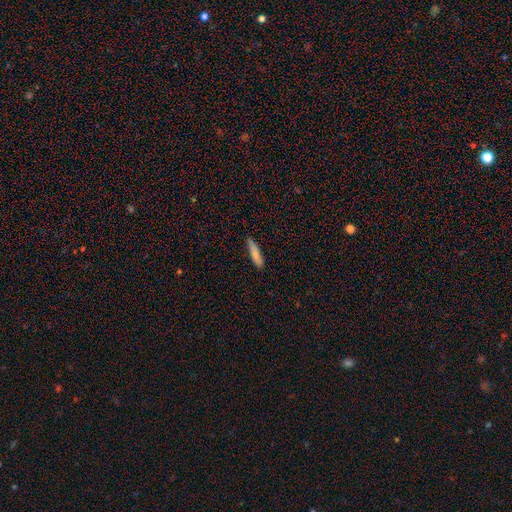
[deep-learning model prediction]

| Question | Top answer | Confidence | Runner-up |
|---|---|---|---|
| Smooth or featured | smooth | 79% | featured or disk (15%) |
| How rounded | cigar-shaped | 80% | in between (18%) |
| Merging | none | 76% | minor disturbance (19%) |